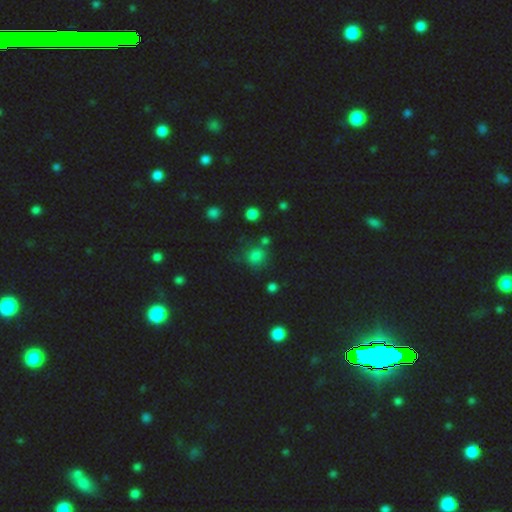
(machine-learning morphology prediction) type=smooth (74%); roundness=round (79%); merging=none (69%).